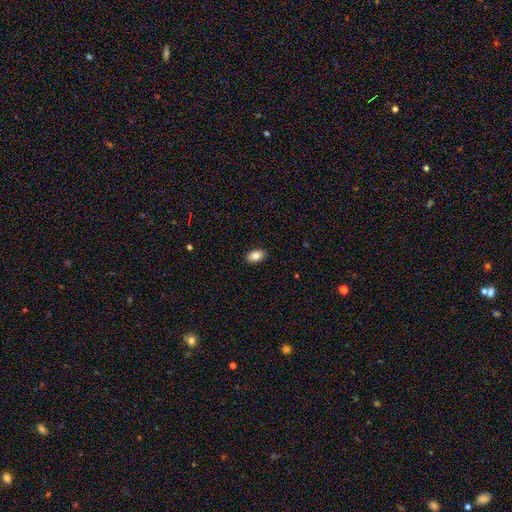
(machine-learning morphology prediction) This appears to be a smooth galaxy with no disk features (84%) that is in between round and cigar-shaped (91%). Merging: none (89%).